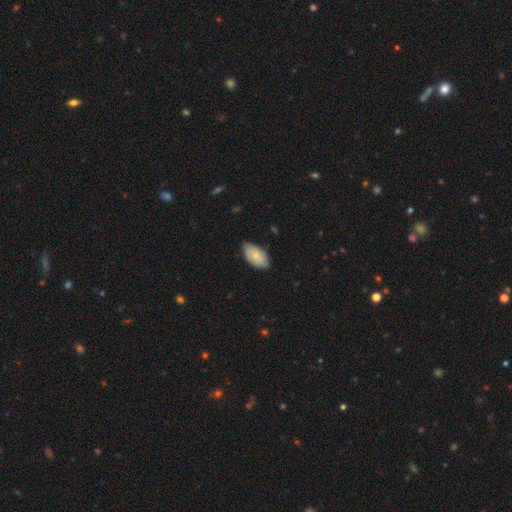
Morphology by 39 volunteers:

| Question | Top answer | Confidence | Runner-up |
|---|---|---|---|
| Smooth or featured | smooth | 64% | featured or disk (31%) |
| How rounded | in between | 100% | — |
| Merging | none | 76% | minor disturbance (22%) |